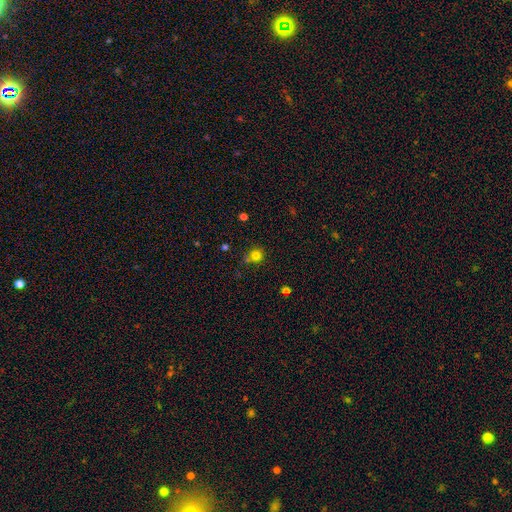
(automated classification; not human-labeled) Smooth or featured?
  - smooth: 79% *
  - star or artifact: 15%
  - featured or disk: 6%
How rounded?
  - round: 90% *
  - in between: 9%
  - cigar-shaped: 1%
Merging?
  - none: 70% *
  - merger: 13%
  - minor disturbance: 13%
  - major disturbance: 4%